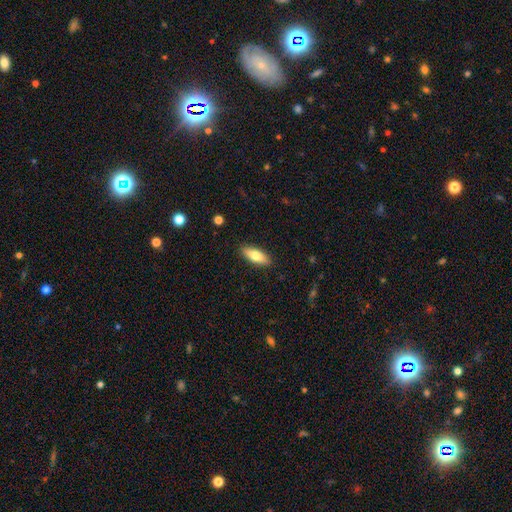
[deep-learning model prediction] This appears to be a smooth galaxy with no disk features (71%) that is in between round and cigar-shaped (68%). Merging: none (89%).